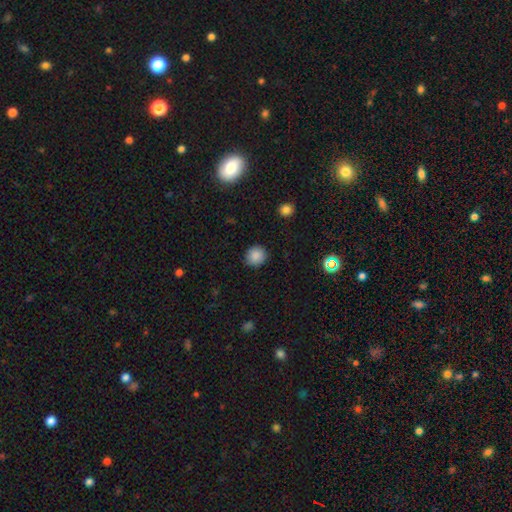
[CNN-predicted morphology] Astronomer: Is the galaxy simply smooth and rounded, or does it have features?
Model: smooth — 87%.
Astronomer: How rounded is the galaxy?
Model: round — 89%.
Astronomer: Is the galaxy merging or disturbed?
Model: none — 87%.